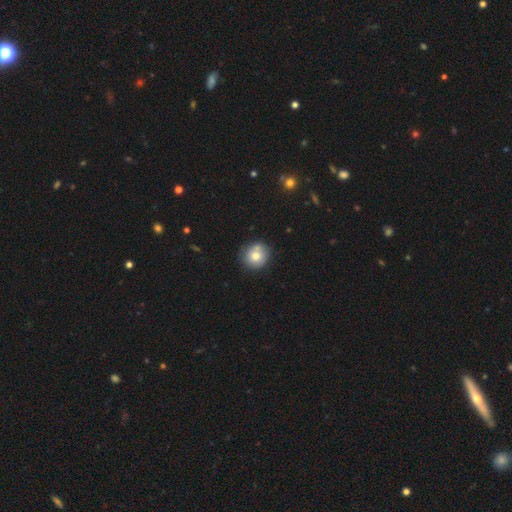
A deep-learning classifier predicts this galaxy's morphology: smooth 75%, featured or disk 16%, star or artifact 9%. Down the decision tree: how rounded — round (89%); merging — none (70%).